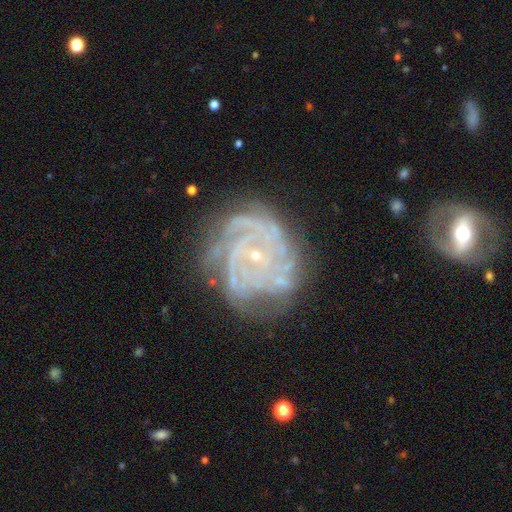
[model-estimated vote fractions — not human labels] Smooth or featured?
  - featured or disk: 87% *
  - star or artifact: 7%
  - smooth: 6%
Edge-on disk?
  - no: 98% *
  - yes: 2%
Bar?
  - no: 75% *
  - weak: 19%
  - strong: 6%
Spiral arms?
  - yes: 96% *
  - no: 4%
Spiral winding?
  - tight: 73% *
  - medium: 22%
  - loose: 4%
Spiral arm count?
  - 4: 25% *
  - can't tell: 23%
  - 3: 21%
  - more than 4: 13%
  - 2: 11%
  - 1: 7%
Bulge size?
  - small: 86% *
  - moderate: 10%
  - none: 3%
  - large: 1%
  - dominant: 1%
Merging?
  - none: 64% *
  - minor disturbance: 22%
  - major disturbance: 11%
  - merger: 3%